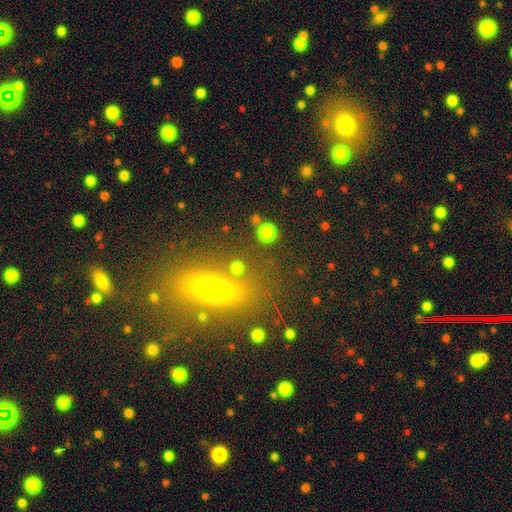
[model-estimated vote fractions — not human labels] A smooth galaxy with no disk features (51%) that is in between round and cigar-shaped (55%).

Vote fractions:
- Smooth or featured? smooth: 51% / star or artifact: 26% / featured or disk: 23%
- How rounded? in between: 55% / cigar-shaped: 35% / round: 10%
- Merging? none: 78% / minor disturbance: 11% / merger: 5% / major disturbance: 5%